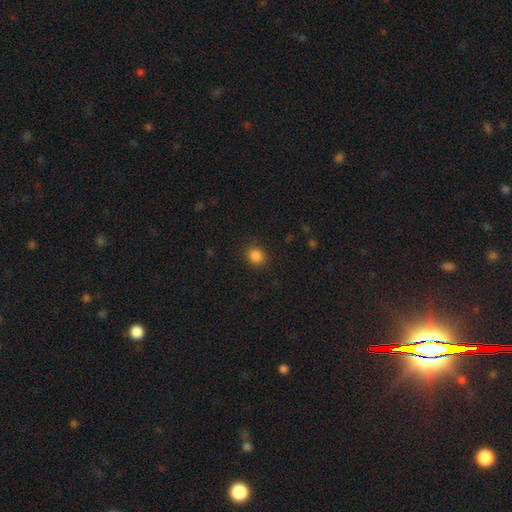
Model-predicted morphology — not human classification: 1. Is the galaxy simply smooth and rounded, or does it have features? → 86% smooth, 11% star or artifact, 3% featured or disk.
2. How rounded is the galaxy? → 75% round, 25% in between, 1% cigar-shaped.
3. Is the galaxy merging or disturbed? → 88% none, 9% minor disturbance, 3% major disturbance, 1% merger.